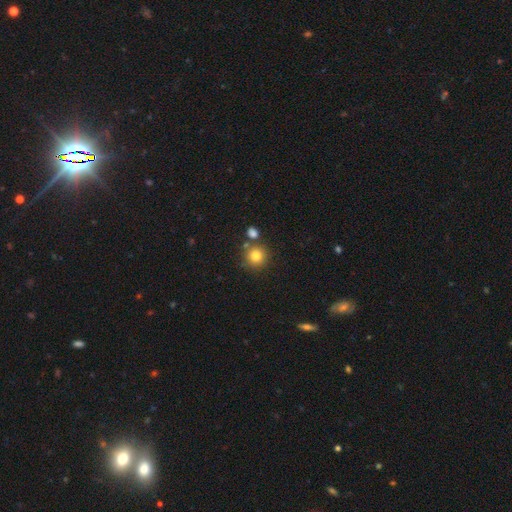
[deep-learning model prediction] smooth_or_featured: smooth (p=0.80) [alt: star or artifact p=0.12]
how_rounded: round (p=0.92) [alt: in between p=0.07]
merging: none (p=0.74) [alt: merger p=0.14]